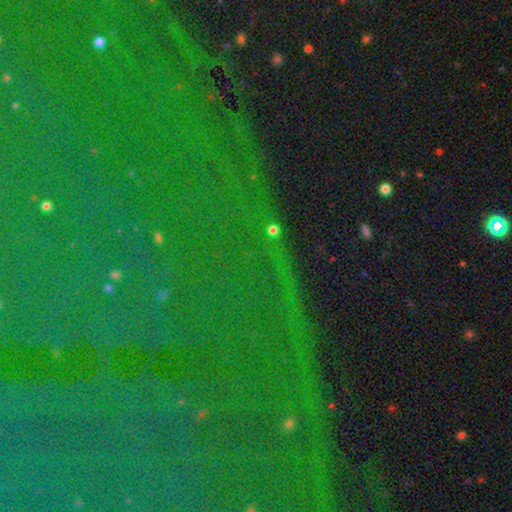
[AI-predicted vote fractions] Morphology: type=star or artifact (79%).